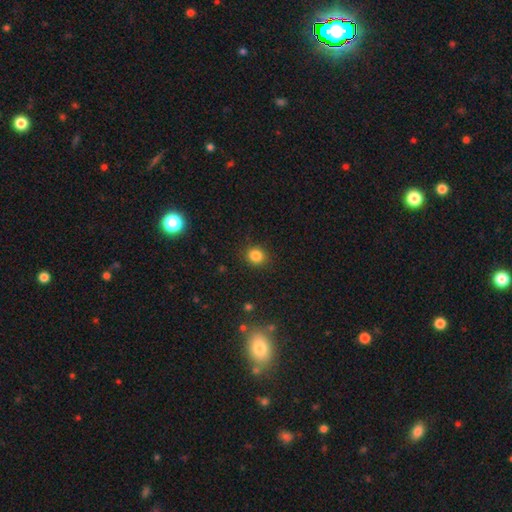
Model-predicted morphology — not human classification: type=smooth (84%); roundness=round (85%); merging=none (89%).